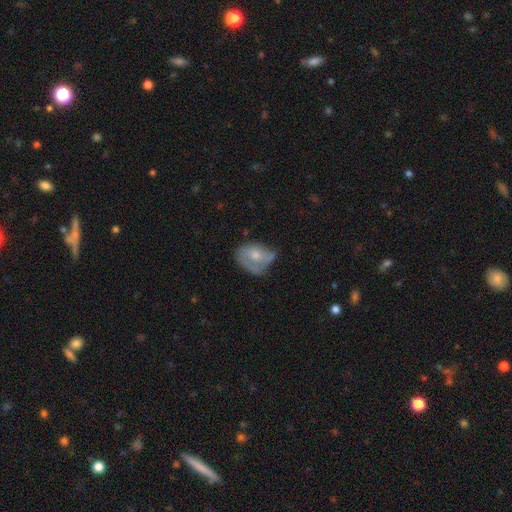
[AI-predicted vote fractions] Smooth or featured? Predicted: smooth (p=0.52). How rounded? Predicted: in between (p=0.63). Merging? Predicted: minor disturbance (p=0.37).